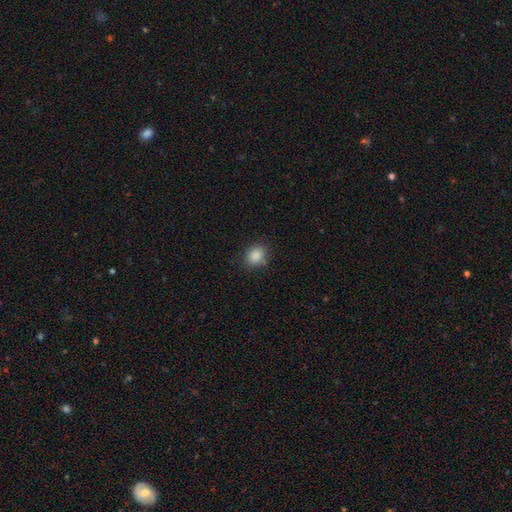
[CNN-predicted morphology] This is clearly a smooth galaxy (87%). How rounded: possibly in between (52%). Merging: clearly none (82%).